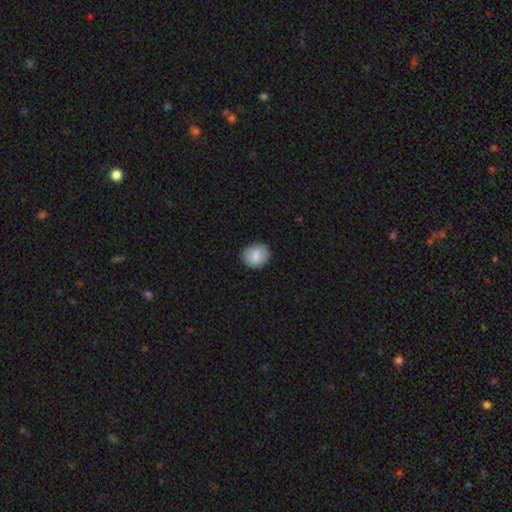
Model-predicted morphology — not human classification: Q: Smooth or featured?
A: smooth (83%); runner-up: featured or disk (10%)
Q: How rounded?
A: round (62%); runner-up: in between (37%)
Q: Merging?
A: none (86%); runner-up: minor disturbance (11%)